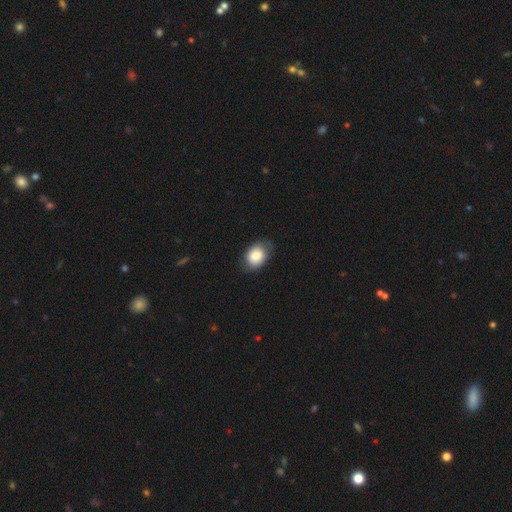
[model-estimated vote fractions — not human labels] Q: Smooth or featured?
A: smooth (82%); runner-up: featured or disk (11%)
Q: How rounded?
A: in between (71%); runner-up: round (28%)
Q: Merging?
A: none (70%); runner-up: minor disturbance (23%)